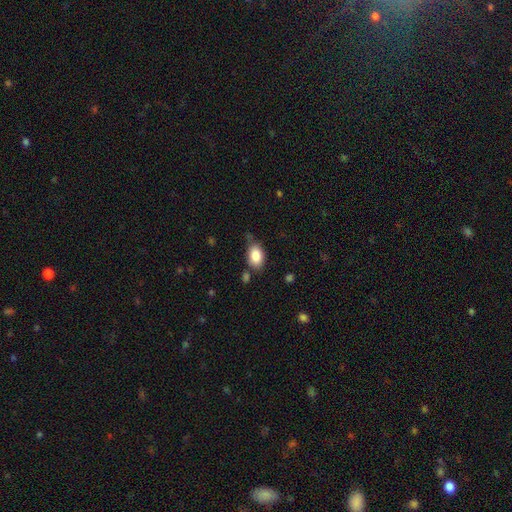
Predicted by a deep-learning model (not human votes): The model was most divided on "merging": none: 65%, minor disturbance: 23%, merger: 6%, major disturbance: 5%. More confident: smooth or featured — smooth (85%); how rounded — in between (85%).